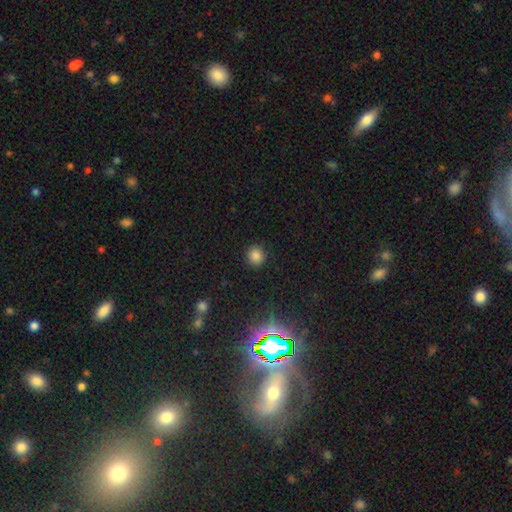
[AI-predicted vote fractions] Q: Smooth or featured?
A: smooth (83%); runner-up: star or artifact (13%)
Q: How rounded?
A: round (89%); runner-up: in between (10%)
Q: Merging?
A: none (90%); runner-up: minor disturbance (6%)